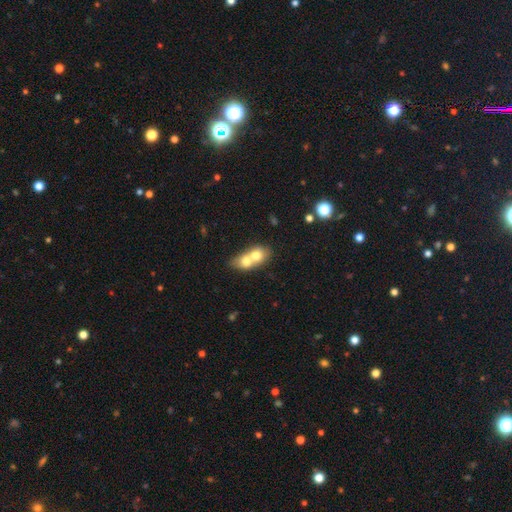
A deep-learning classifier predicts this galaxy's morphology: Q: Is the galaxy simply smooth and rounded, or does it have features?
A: smooth — 66%.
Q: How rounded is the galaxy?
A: in between — 54%.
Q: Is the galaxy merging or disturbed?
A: merger — 78%.